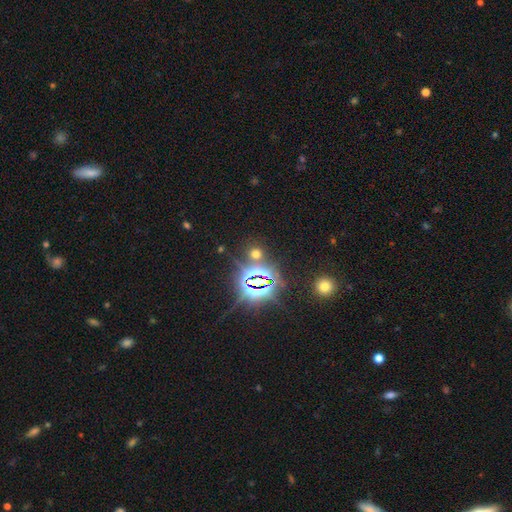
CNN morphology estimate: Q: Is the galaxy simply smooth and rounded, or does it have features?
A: star or artifact — 77%.